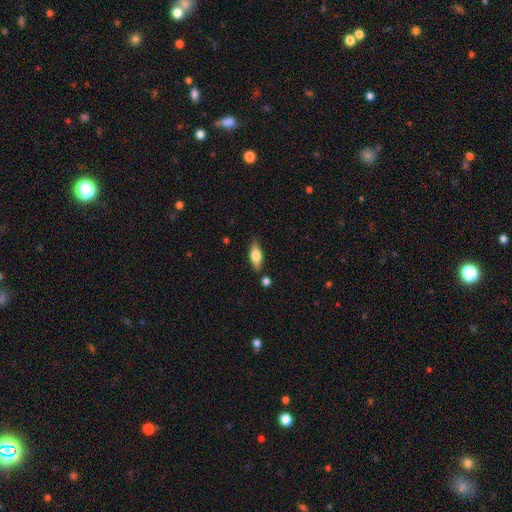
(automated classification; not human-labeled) Smooth or featured? Predicted: smooth (p=0.59). How rounded? Predicted: in between (p=0.66). Merging? Predicted: none (p=0.81).